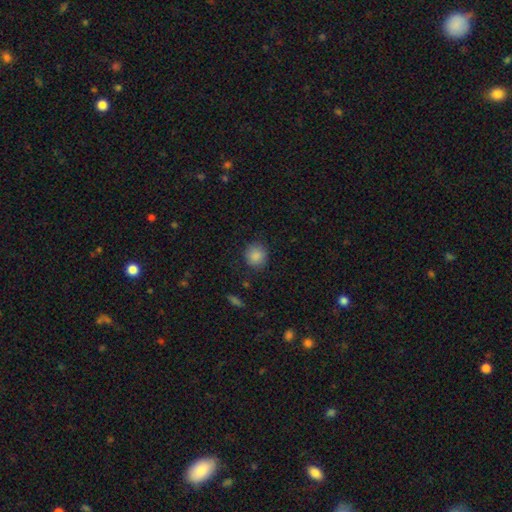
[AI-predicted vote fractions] Smooth or featured?
  - smooth: 87% *
  - star or artifact: 9%
  - featured or disk: 4%
How rounded?
  - round: 87% *
  - in between: 12%
  - cigar-shaped: 1%
Merging?
  - none: 86% *
  - minor disturbance: 9%
  - major disturbance: 3%
  - merger: 1%